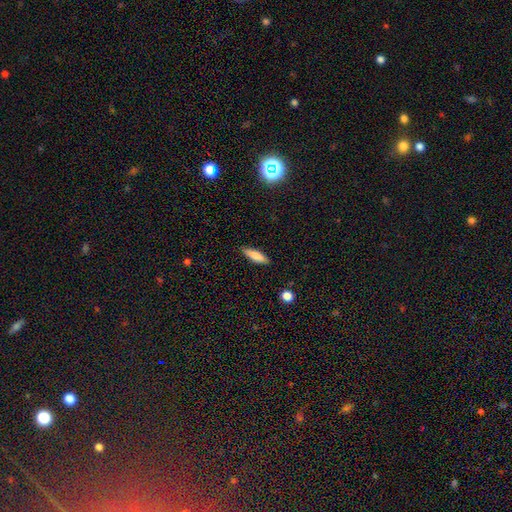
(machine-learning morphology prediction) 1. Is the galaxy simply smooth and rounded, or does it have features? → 80% smooth, 13% featured or disk, 7% star or artifact.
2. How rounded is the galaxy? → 58% cigar-shaped, 40% in between, 2% round.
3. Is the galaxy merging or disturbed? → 87% none, 10% minor disturbance, 2% major disturbance, 1% merger.